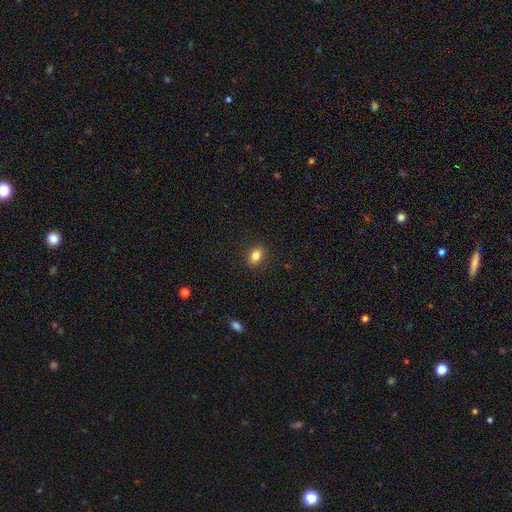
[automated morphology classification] Q: Smooth or featured?
A: smooth (82%); runner-up: star or artifact (10%)
Q: How rounded?
A: in between (68%); runner-up: round (30%)
Q: Merging?
A: none (89%); runner-up: minor disturbance (8%)